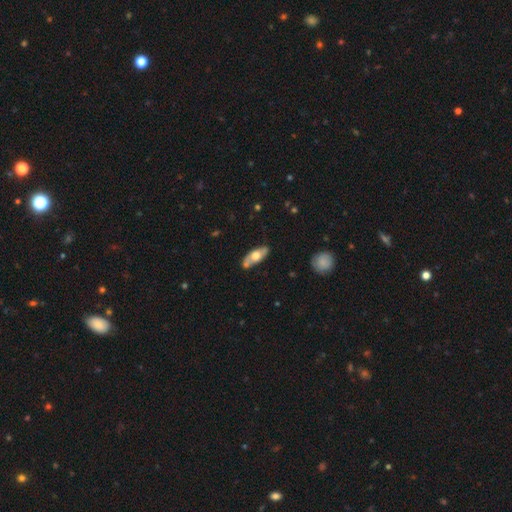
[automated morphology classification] Smooth or featured?
  - featured or disk: 48% *
  - smooth: 47%
  - star or artifact: 5%
Merging?
  - none: 73% *
  - minor disturbance: 18%
  - merger: 5%
  - major disturbance: 4%